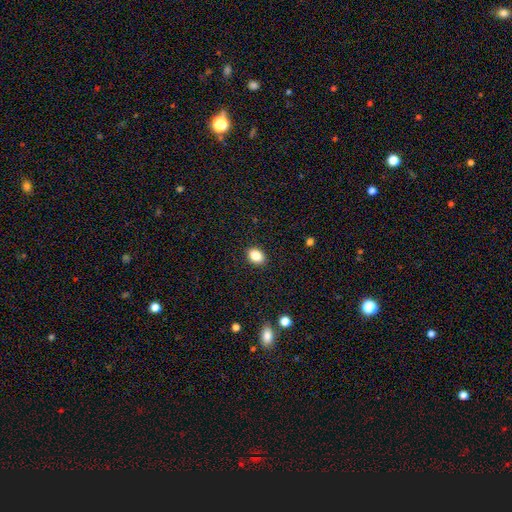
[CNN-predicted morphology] Overall: smooth (86%). How rounded: in between (68%; round 31%). Merging: none (90%).